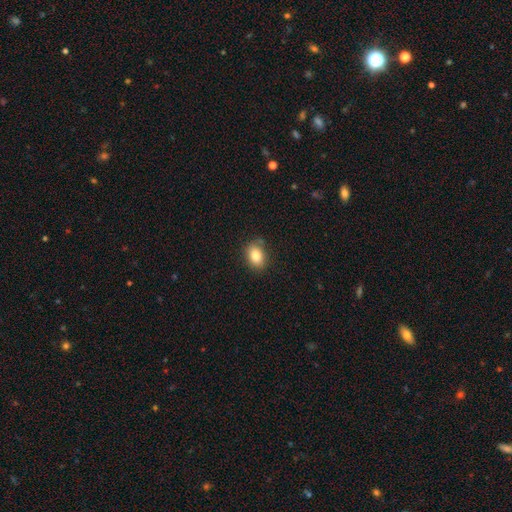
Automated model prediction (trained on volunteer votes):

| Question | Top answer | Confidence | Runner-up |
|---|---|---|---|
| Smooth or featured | smooth | 84% | star or artifact (9%) |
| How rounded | in between | 72% | round (26%) |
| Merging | none | 81% | minor disturbance (13%) |